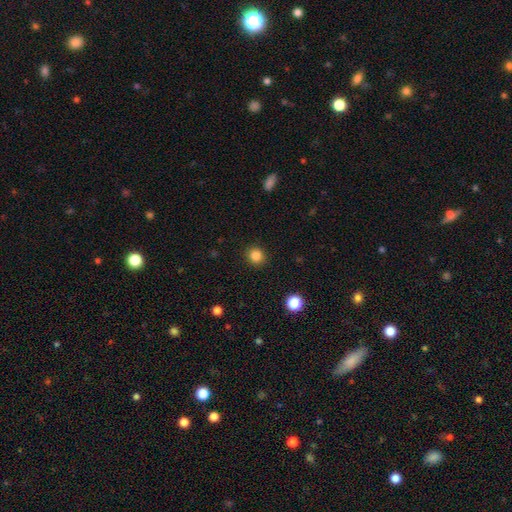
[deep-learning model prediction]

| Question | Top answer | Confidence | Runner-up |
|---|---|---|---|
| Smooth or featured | smooth | 85% | star or artifact (12%) |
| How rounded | round | 90% | in between (9%) |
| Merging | none | 91% | minor disturbance (6%) |